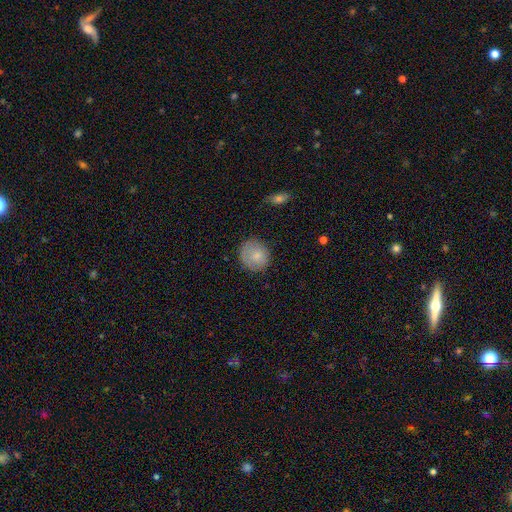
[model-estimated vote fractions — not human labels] Morphology: type=smooth (79%); roundness=round (83%); merging=none (78%).